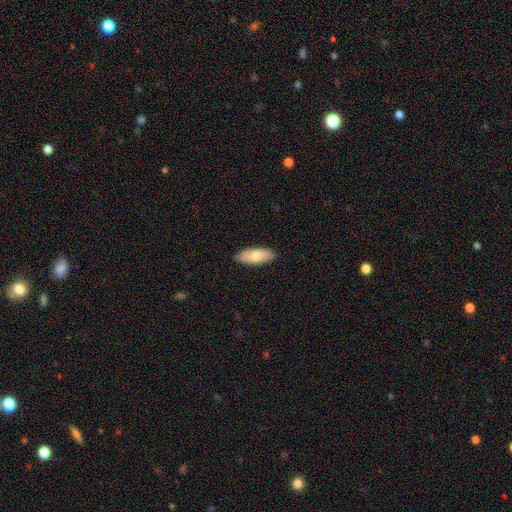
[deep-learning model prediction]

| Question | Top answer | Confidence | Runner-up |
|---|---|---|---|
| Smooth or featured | smooth | 75% | featured or disk (19%) |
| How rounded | in between | 77% | cigar-shaped (21%) |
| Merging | none | 88% | minor disturbance (10%) |